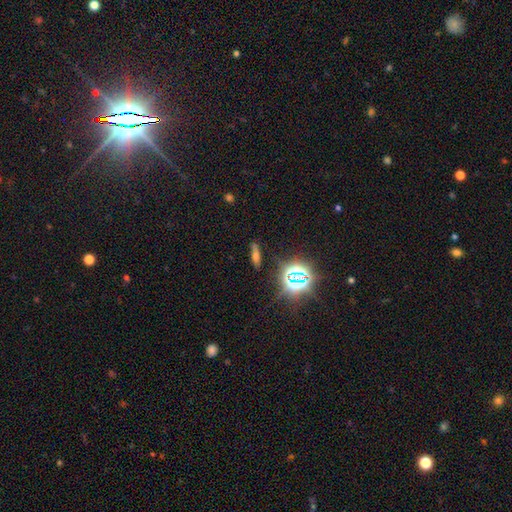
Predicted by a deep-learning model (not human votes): smooth_or_featured: smooth (p=0.49) [alt: star or artifact p=0.31]
merging: none (p=0.81) [alt: minor disturbance p=0.13]